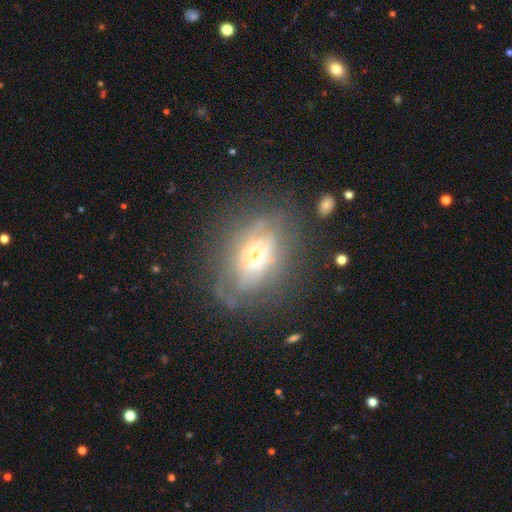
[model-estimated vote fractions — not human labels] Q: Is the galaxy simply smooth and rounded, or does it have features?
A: featured or disk — 63%.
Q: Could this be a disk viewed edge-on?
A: no — 68%.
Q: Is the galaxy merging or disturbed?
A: none — 61%.